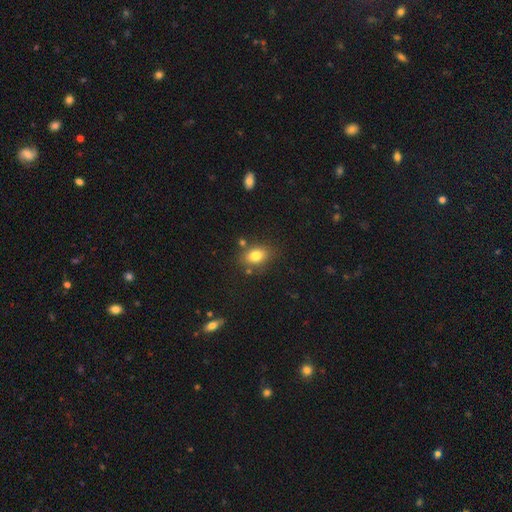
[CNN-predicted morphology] type=smooth (80%); roundness=in between (75%); merging=none (76%).